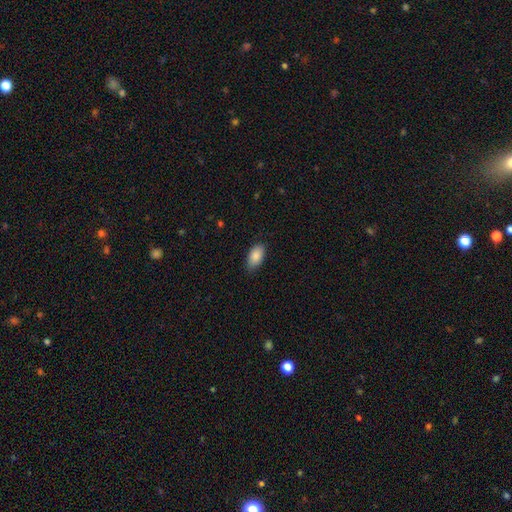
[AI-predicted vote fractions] A smooth galaxy with no disk features (87%) that is in between round and cigar-shaped (93%). Merging: none (80%).